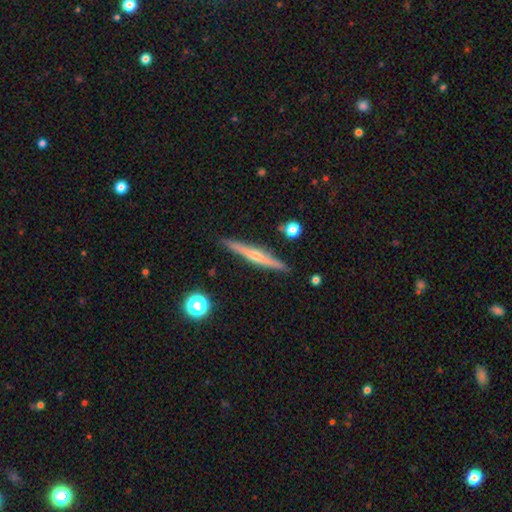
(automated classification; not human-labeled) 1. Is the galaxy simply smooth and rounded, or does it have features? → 67% featured or disk, 26% smooth, 7% star or artifact.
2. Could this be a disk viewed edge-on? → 97% yes, 3% no.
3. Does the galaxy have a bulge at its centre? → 77% rounded, 19% none, 4% boxy.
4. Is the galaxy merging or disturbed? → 90% none, 7% minor disturbance, 2% merger, 1% major disturbance.